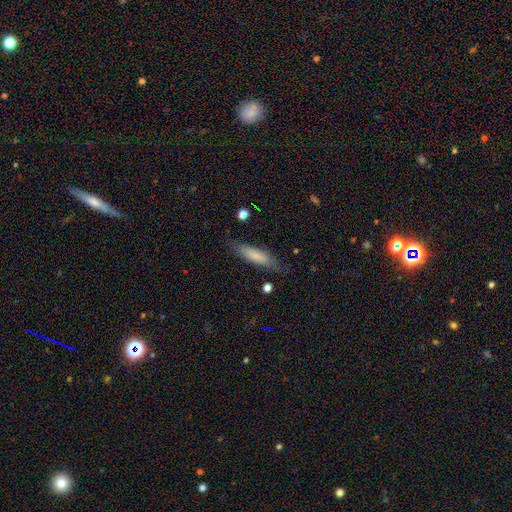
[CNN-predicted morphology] Q: Smooth or featured?
A: smooth (73%); runner-up: featured or disk (20%)
Q: How rounded?
A: cigar-shaped (69%); runner-up: in between (30%)
Q: Merging?
A: none (77%); runner-up: minor disturbance (17%)